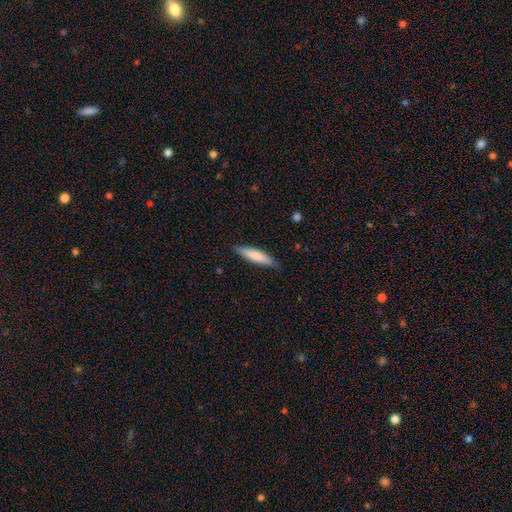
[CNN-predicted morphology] Overall: smooth (74%). How rounded: cigar-shaped (78%). Merging: none (84%).